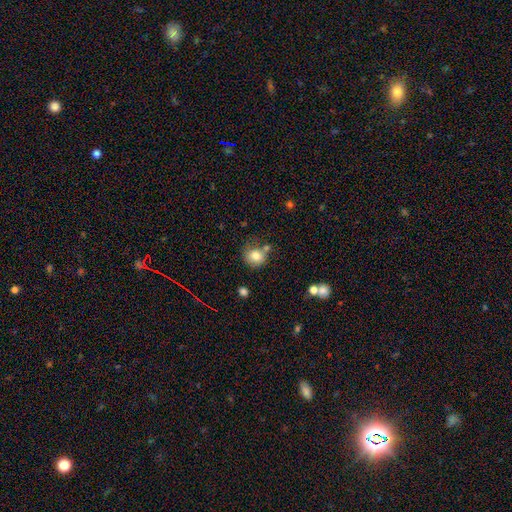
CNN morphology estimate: smooth-or-featured: smooth: 79% | star or artifact: 11% | featured or disk: 10%
  how-rounded: round: 77% | in between: 22% | cigar-shaped: 1%
  merging: none: 59% | minor disturbance: 19% | merger: 15% | major disturbance: 7%